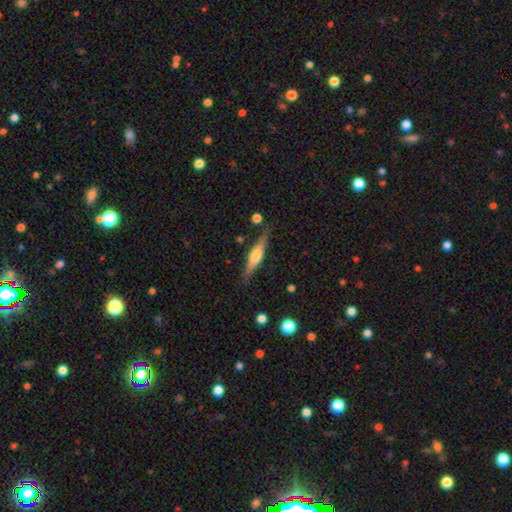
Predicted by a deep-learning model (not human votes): Morphology: type=featured or disk (62%); edge-on=yes (96%); edge-on bulge=rounded (83%); merging=none (84%).